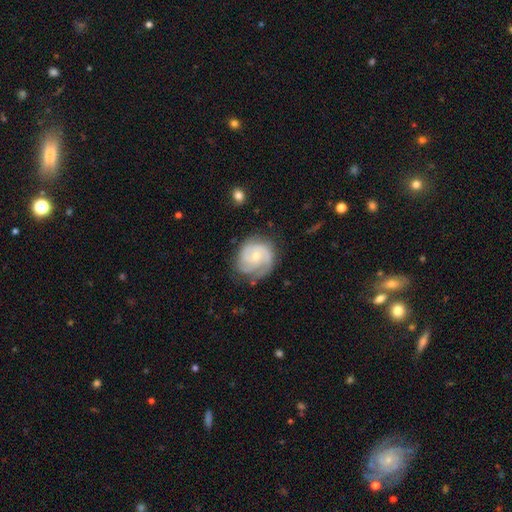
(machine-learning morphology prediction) type=featured or disk (77%); edge-on=no (98%); bar=no (75%); spiral arms=yes (94%); winding=tight (54%); arm count=2 (35%); bulge=small (58%); merging=none (67%).